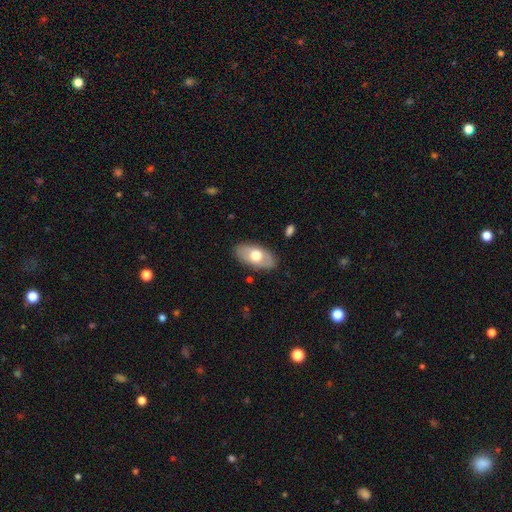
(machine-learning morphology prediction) smooth 57%, featured or disk 38%, star or artifact 6%. Down the decision tree: how rounded — in between (93%); merging — none (84%).